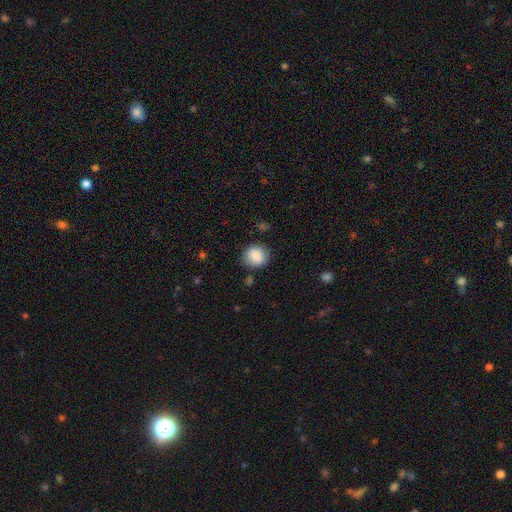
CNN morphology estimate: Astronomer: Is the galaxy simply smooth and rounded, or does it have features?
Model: smooth — 86%.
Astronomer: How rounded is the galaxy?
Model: round — 77%.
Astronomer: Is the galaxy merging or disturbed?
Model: none — 80%.